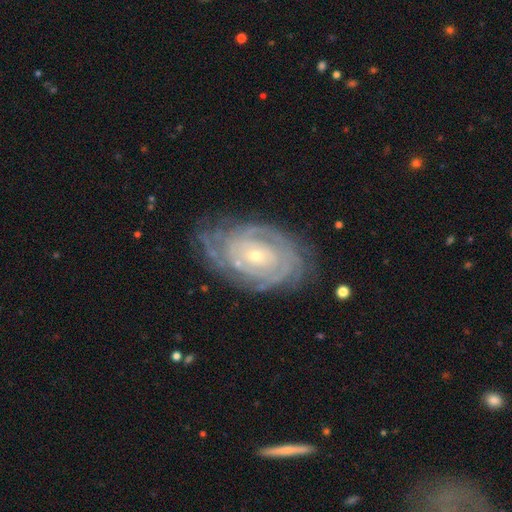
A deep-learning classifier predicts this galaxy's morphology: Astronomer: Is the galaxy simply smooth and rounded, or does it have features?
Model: featured or disk — 85%.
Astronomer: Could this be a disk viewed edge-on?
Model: no — 96%.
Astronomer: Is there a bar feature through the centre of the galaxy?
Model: no — 68%.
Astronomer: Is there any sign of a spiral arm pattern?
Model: yes — 94%.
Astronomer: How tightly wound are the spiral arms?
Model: tight — 82%.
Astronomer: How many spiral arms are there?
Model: can't tell — 41% (runner-up: 2, 19%).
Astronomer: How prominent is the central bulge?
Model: small — 71%.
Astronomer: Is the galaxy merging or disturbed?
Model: none — 73%.